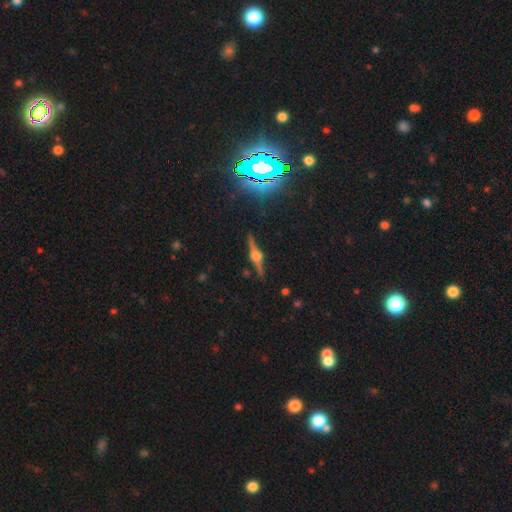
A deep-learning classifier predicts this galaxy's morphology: Smooth or featured: featured or disk — 83% (star or artifact — 9%)
Edge-on disk: yes — 98% (no — 2%)
Edge-on bulge: rounded — 90% (boxy — 9%)
Merging: none — 87% (minor disturbance — 9%)